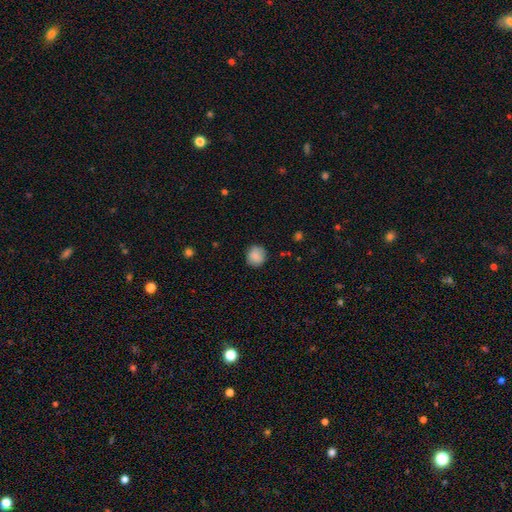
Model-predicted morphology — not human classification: Smooth or featured: smooth — 86% (star or artifact — 8%)
How rounded: round — 87% (in between — 12%)
Merging: none — 86% (minor disturbance — 11%)